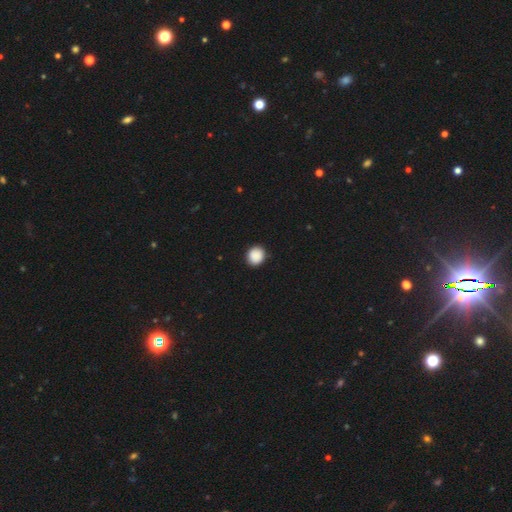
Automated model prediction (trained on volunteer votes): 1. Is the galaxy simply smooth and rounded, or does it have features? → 90% smooth, 8% star or artifact, 2% featured or disk.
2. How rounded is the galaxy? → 77% round, 22% in between, 1% cigar-shaped.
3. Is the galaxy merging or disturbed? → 90% none, 7% minor disturbance, 2% major disturbance, 1% merger.